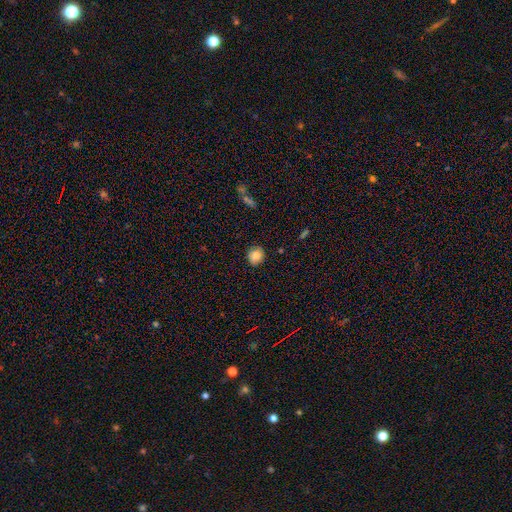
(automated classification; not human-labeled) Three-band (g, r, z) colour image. It shows a smooth galaxy with no disk features (85%) that is round (82%). Merging: none (87%).